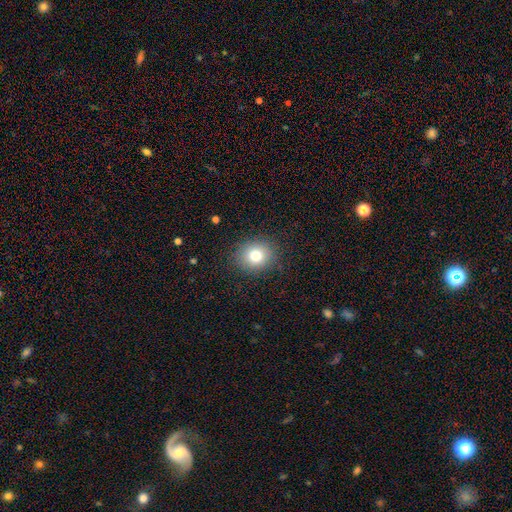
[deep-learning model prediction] smooth-or-featured: smooth: 77% | star or artifact: 13% | featured or disk: 11%
  how-rounded: round: 78% | in between: 21% | cigar-shaped: 1%
  merging: none: 87% | minor disturbance: 8% | major disturbance: 3% | merger: 1%